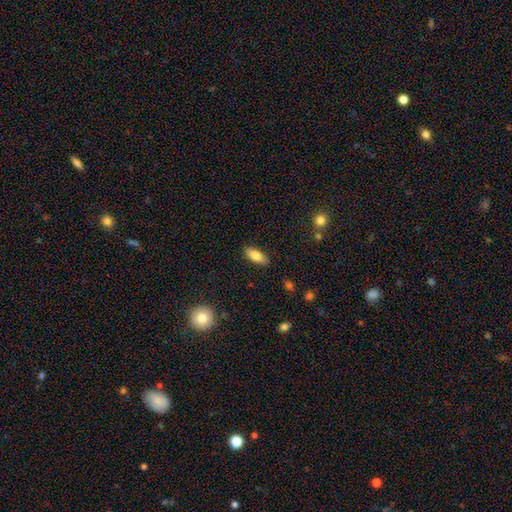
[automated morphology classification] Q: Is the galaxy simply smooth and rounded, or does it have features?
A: smooth — 79%.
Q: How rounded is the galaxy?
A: in between — 81%.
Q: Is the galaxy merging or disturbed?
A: none — 87%.